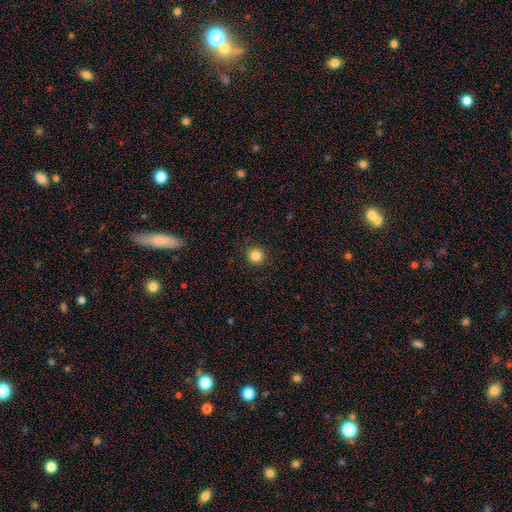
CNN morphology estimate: The model was most divided on "smooth or featured": smooth: 84%, star or artifact: 11%, featured or disk: 5%. More confident: merging — none (92%); how rounded — round (91%).